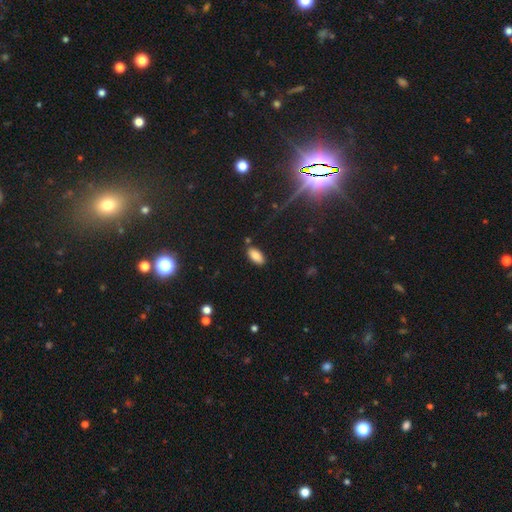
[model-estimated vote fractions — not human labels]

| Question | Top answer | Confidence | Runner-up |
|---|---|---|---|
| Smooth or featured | smooth | 85% | star or artifact (9%) |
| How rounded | in between | 92% | cigar-shaped (6%) |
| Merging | none | 83% | minor disturbance (11%) |